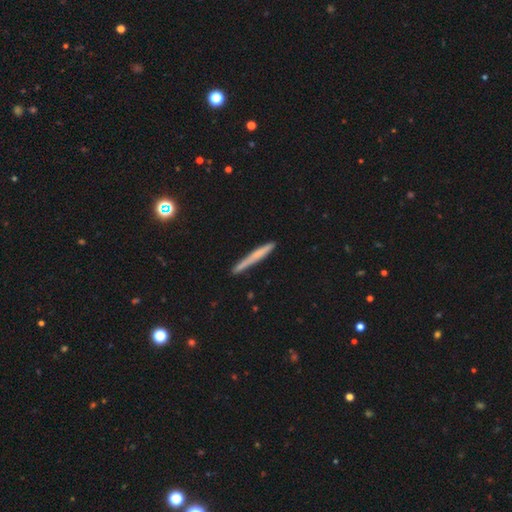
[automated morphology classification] This appears to be a smooth galaxy with no disk features (57%) that is cigar-shaped (97%). Merging: none (85%).